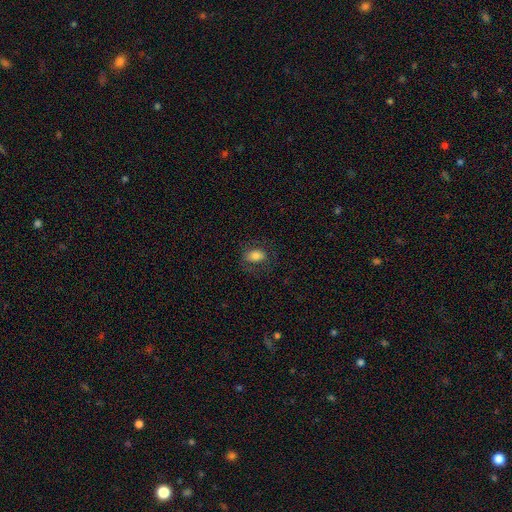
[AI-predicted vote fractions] smooth-or-featured: smooth: 77% | featured or disk: 13% | star or artifact: 10%
  how-rounded: in between: 81% | round: 17% | cigar-shaped: 1%
  merging: none: 75% | minor disturbance: 15% | major disturbance: 9% | merger: 1%